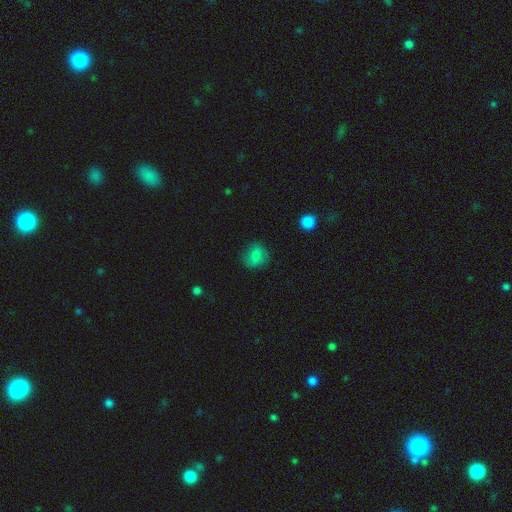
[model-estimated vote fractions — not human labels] Overall: smooth (78%). How rounded: round (75%). Merging: none (76%).